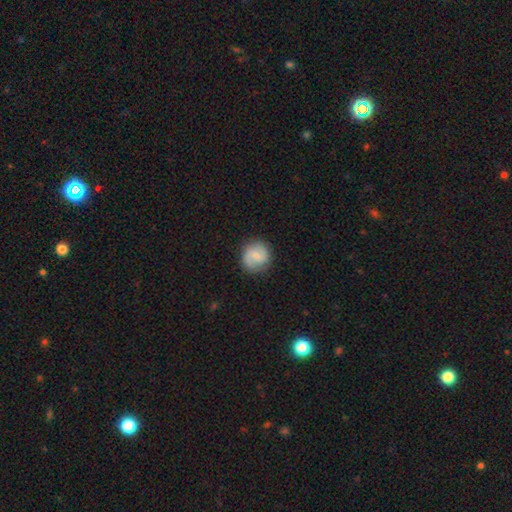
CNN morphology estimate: A smooth galaxy with no disk features (56%) that is round (89%). Merging: none (84%).